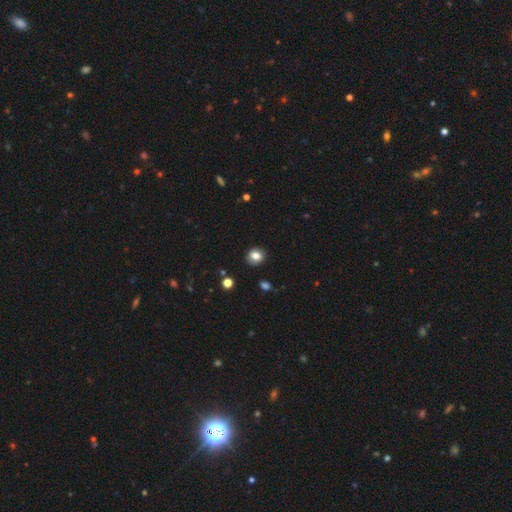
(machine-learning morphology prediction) A smooth galaxy with no disk features (81%) that is round (80%).

Vote fractions:
- Smooth or featured? smooth: 81% / star or artifact: 11% / featured or disk: 9%
- How rounded? round: 80% / in between: 19% / cigar-shaped: 1%
- Merging? none: 88% / minor disturbance: 8% / major disturbance: 2% / merger: 1%